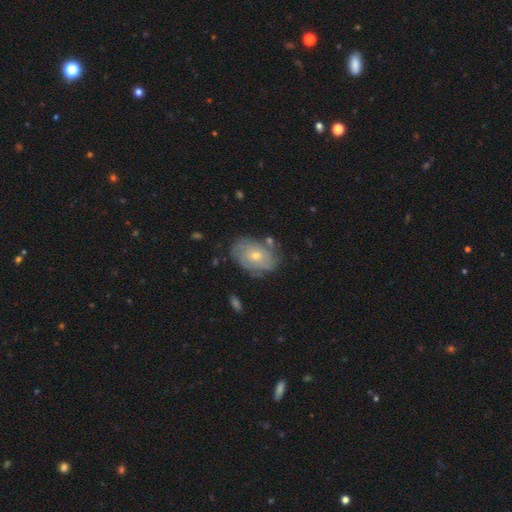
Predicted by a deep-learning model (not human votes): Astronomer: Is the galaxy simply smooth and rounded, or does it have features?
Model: featured or disk — 60%.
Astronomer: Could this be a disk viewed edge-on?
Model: no — 95%.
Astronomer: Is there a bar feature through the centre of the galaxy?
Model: no — 83%.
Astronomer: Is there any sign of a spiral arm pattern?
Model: yes — 74%.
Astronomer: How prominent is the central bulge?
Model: small — 55% (runner-up: moderate, 42%).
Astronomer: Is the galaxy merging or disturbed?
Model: none — 72%.